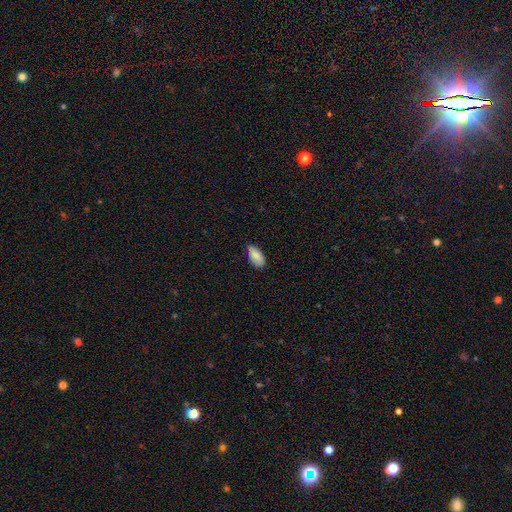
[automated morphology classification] A smooth galaxy with no disk features (88%) that is in between round and cigar-shaped (93%).

Vote fractions:
- Smooth or featured? smooth: 88% / star or artifact: 6% / featured or disk: 6%
- How rounded? in between: 93% / cigar-shaped: 5% / round: 2%
- Merging? none: 75% / minor disturbance: 21% / major disturbance: 3% / merger: 1%